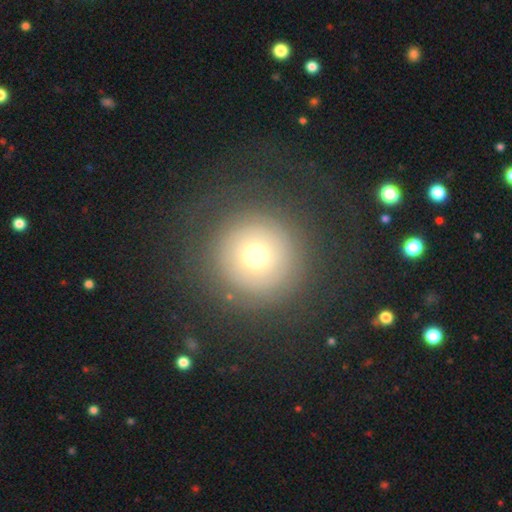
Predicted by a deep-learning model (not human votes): This is likely a smooth galaxy (64%). How rounded: clearly round (96%). Merging: clearly none (80%).